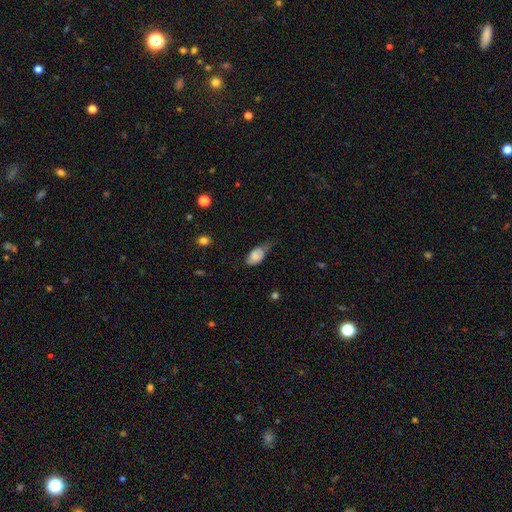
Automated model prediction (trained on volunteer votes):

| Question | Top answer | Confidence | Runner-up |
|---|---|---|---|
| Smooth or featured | smooth | 74% | featured or disk (18%) |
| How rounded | in between | 90% | round (7%) |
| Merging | minor disturbance | 43% | none (34%) |